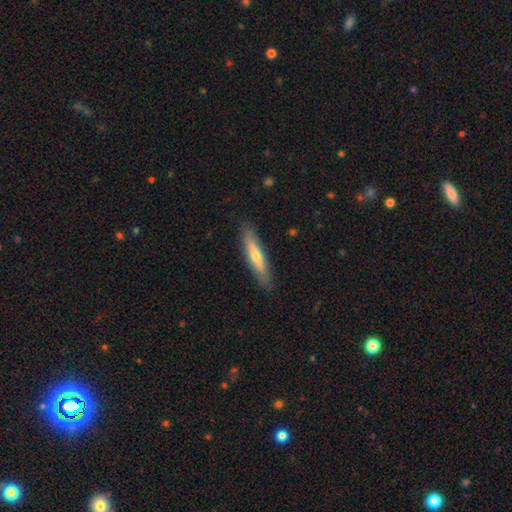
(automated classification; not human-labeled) Smooth or featured? smooth (52%)
How rounded? cigar-shaped (86%)
Merging? none (88%)